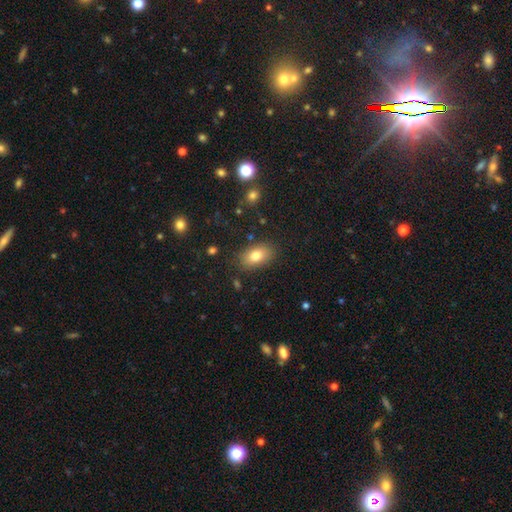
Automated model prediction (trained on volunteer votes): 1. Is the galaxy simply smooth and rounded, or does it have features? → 79% smooth, 12% featured or disk, 9% star or artifact.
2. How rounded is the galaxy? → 88% in between, 10% round, 2% cigar-shaped.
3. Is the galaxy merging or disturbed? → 84% none, 11% minor disturbance, 3% major disturbance, 2% merger.